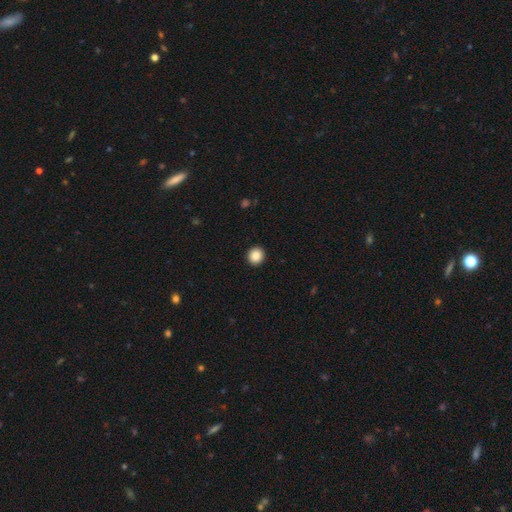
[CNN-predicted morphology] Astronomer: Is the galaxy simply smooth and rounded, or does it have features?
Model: smooth — 87%.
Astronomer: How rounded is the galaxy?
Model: round — 93%.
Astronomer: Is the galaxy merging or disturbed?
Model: none — 93%.